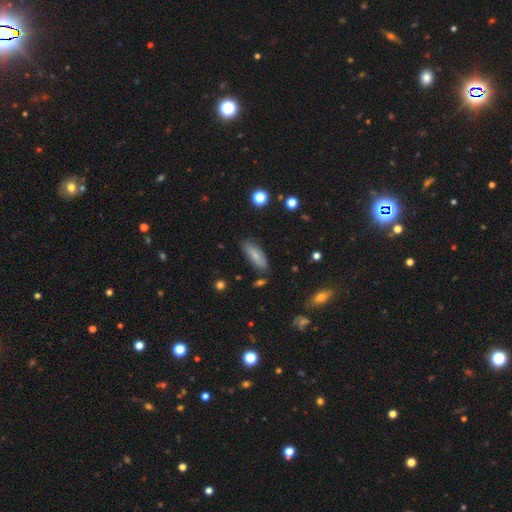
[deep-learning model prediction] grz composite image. It shows a smooth galaxy with no disk features (73%) that is in between round and cigar-shaped (60%). Merging: none (78%).